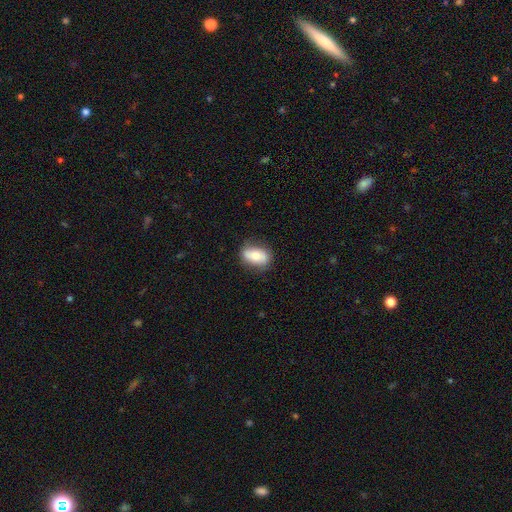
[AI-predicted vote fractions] Q: Smooth or featured?
A: smooth (70%); runner-up: featured or disk (23%)
Q: How rounded?
A: in between (86%); runner-up: round (10%)
Q: Merging?
A: none (75%); runner-up: minor disturbance (19%)